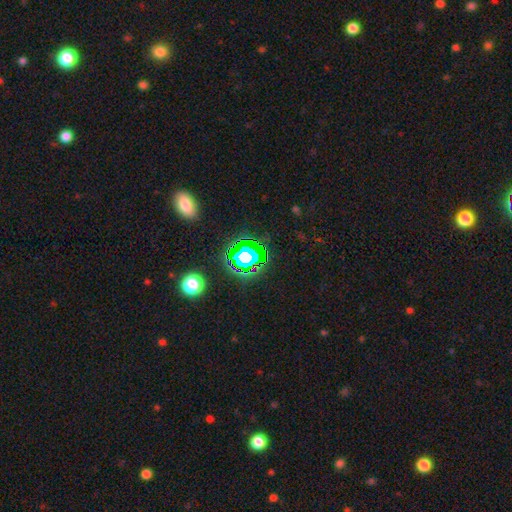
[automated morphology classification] Overall: star or artifact (75%).